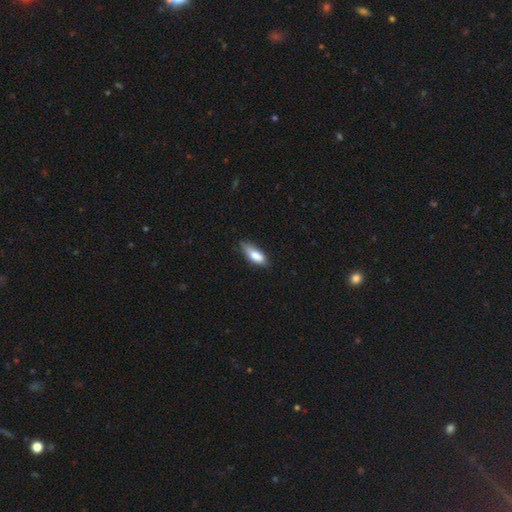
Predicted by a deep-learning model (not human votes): Smooth or featured? smooth (81%)
How rounded? in between (71%)
Merging? none (61%)